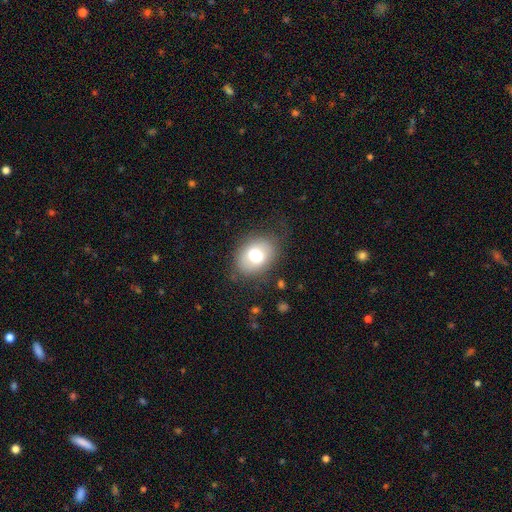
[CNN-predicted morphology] This is likely a smooth galaxy (72%). How rounded: likely in between (65%). Merging: likely none (73%).